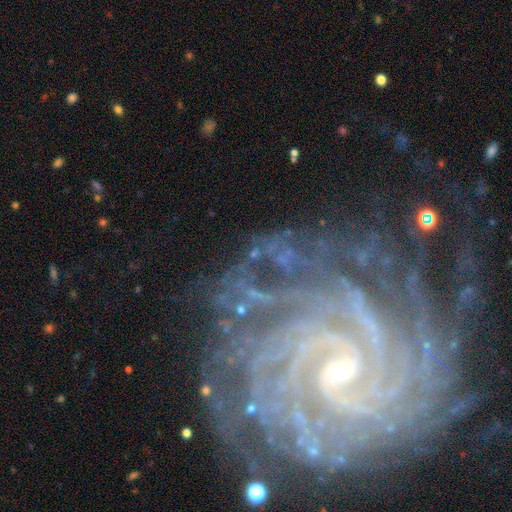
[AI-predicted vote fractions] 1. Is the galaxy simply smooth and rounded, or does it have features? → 91% featured or disk, 6% star or artifact, 3% smooth.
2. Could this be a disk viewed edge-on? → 98% no, 2% yes.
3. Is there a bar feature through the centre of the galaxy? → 41% weak, 37% no, 21% strong.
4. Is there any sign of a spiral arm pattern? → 99% yes, 1% no.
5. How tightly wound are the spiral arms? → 82% tight, 15% medium, 2% loose.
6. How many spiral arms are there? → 34% more than 4, 19% 4, 16% can't tell, 11% 3, 11% 2, 9% 1.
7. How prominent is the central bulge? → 77% small, 19% moderate, 2% none, 1% large, 1% dominant.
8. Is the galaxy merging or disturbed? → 76% none, 15% minor disturbance, 7% major disturbance, 2% merger.